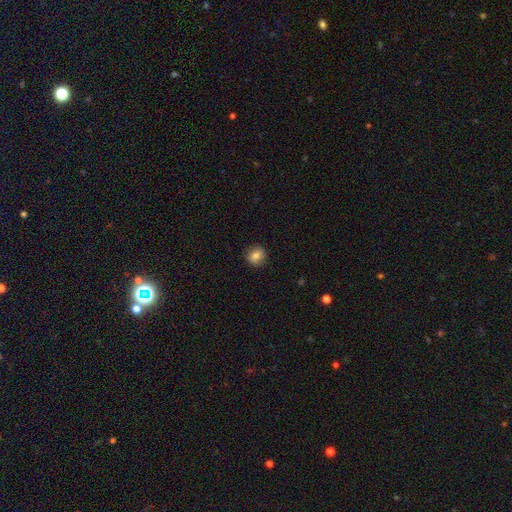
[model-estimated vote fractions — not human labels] The model was most divided on "how rounded": round: 85%, in between: 14%, cigar-shaped: 1%. More confident: merging — none (89%); smooth or featured — smooth (82%).